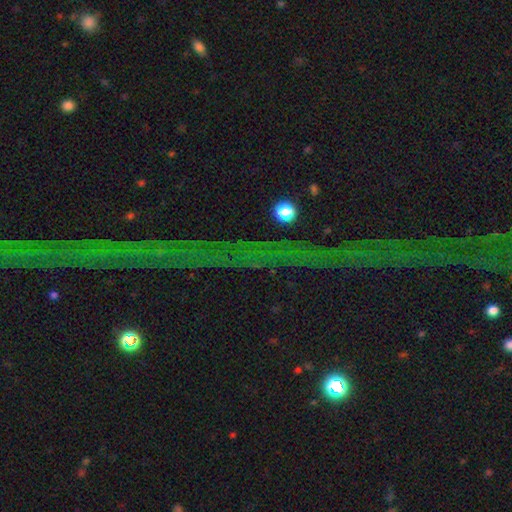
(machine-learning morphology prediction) Overall: star or artifact (82%).